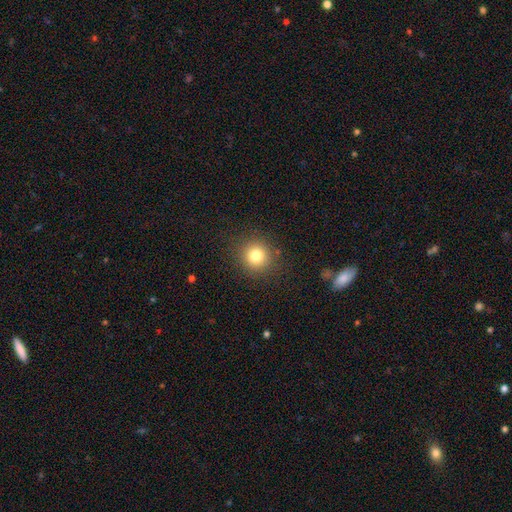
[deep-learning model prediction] Smooth or featured? smooth (79%)
How rounded? round (92%)
Merging? none (89%)